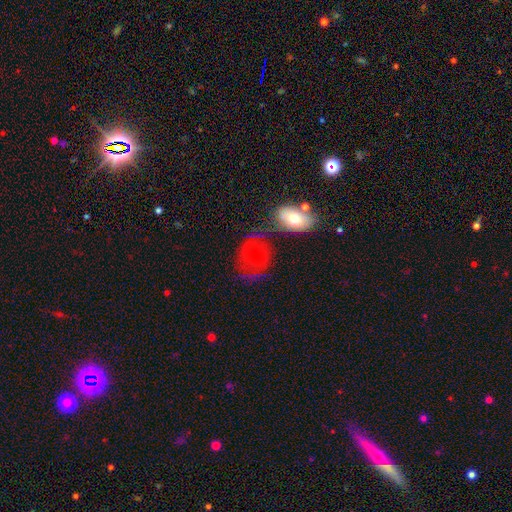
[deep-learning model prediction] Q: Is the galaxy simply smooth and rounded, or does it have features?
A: smooth — 48%.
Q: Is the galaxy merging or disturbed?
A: none — 42%.